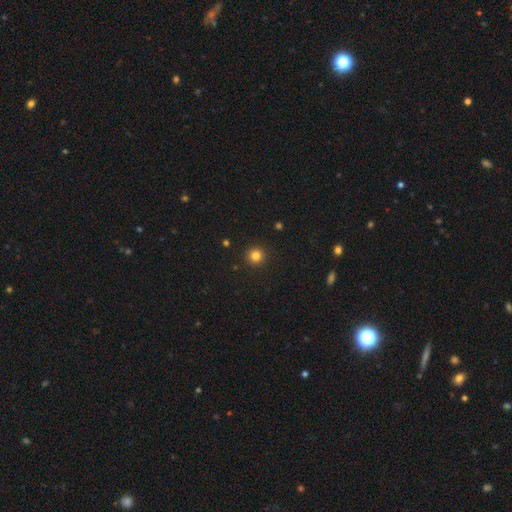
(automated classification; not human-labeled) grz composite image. It shows a smooth galaxy with no disk features (83%) that is round (94%). Merging: none (92%).